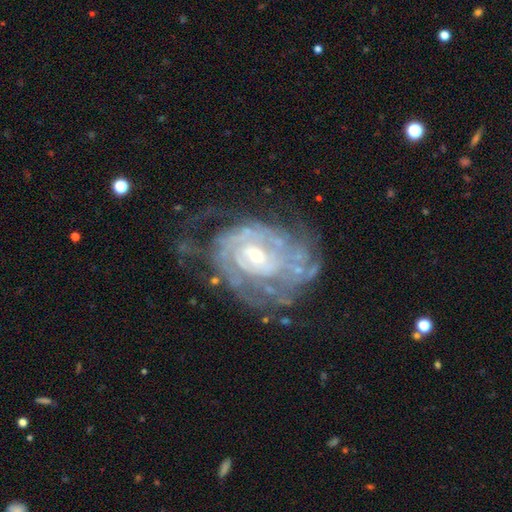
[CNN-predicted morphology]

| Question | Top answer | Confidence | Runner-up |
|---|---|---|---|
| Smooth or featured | featured or disk | 86% | smooth (8%) |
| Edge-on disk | no | 97% | yes (3%) |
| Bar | no | 69% | weak (25%) |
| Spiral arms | yes | 90% | no (10%) |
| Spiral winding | tight | 74% | medium (20%) |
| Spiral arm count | can't tell | 47% | 2 (17%) |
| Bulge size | small | 65% | moderate (31%) |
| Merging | none | 50% | minor disturbance (24%) |